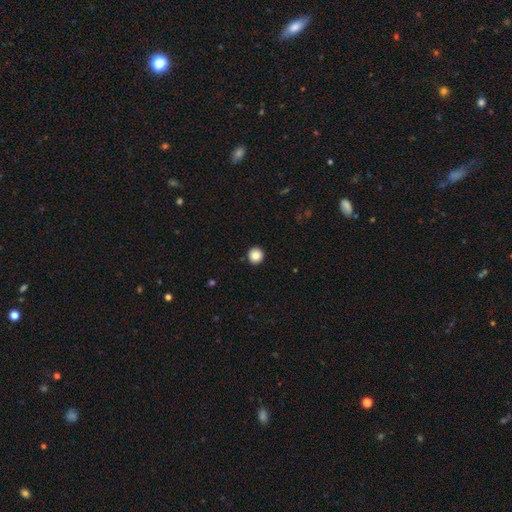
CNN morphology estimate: Smooth or featured? smooth (85%)
How rounded? round (95%)
Merging? none (93%)